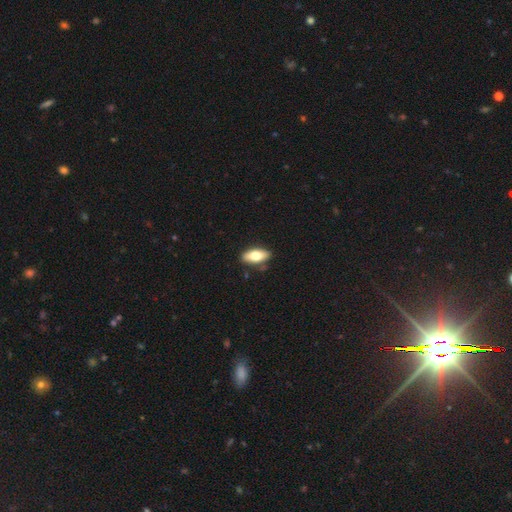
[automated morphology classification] The model was most divided on "smooth or featured": smooth: 73%, featured or disk: 21%, star or artifact: 6%. More confident: how rounded — in between (86%); merging — none (83%).